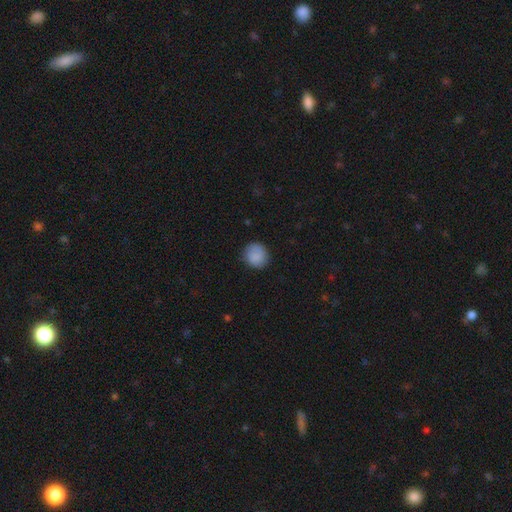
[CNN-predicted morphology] This is clearly a smooth galaxy (86%). How rounded: clearly round (87%). Merging: clearly none (81%).